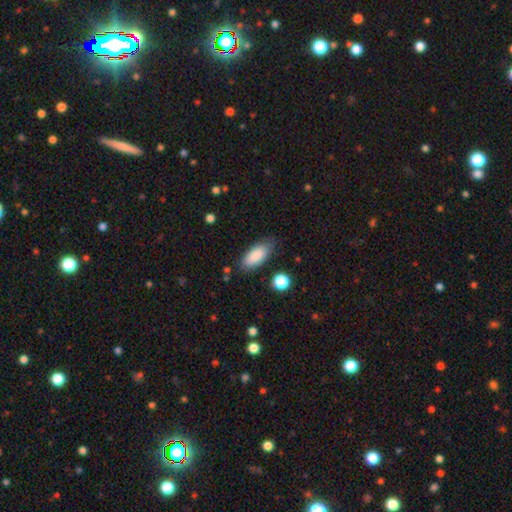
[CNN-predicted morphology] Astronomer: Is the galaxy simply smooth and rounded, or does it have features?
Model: smooth — 87%.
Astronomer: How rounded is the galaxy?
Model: in between — 85%.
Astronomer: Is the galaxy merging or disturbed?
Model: none — 79%.